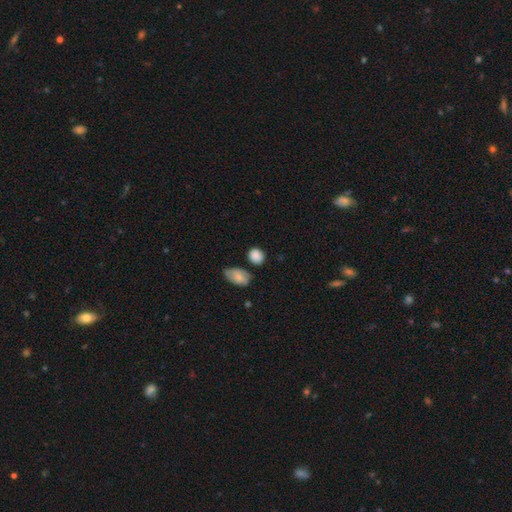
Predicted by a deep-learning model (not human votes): The model was most divided on "how rounded": round: 70%, in between: 28%, cigar-shaped: 2%. More confident: smooth or featured — smooth (86%); merging — none (71%).